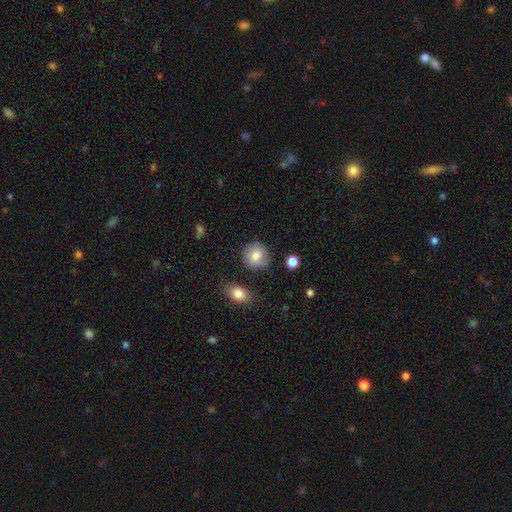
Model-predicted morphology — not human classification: A smooth galaxy with no disk features (82%) that is round (87%).

Vote fractions:
- Smooth or featured? smooth: 82% / featured or disk: 10% / star or artifact: 8%
- How rounded? round: 87% / in between: 12% / cigar-shaped: 1%
- Merging? none: 81% / minor disturbance: 13% / major disturbance: 3% / merger: 3%